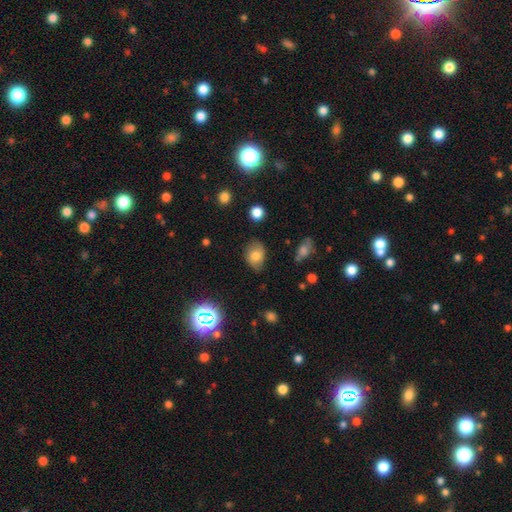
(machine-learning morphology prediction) A smooth galaxy with no disk features (72%) that is in between round and cigar-shaped (70%). Merging: none (70%).